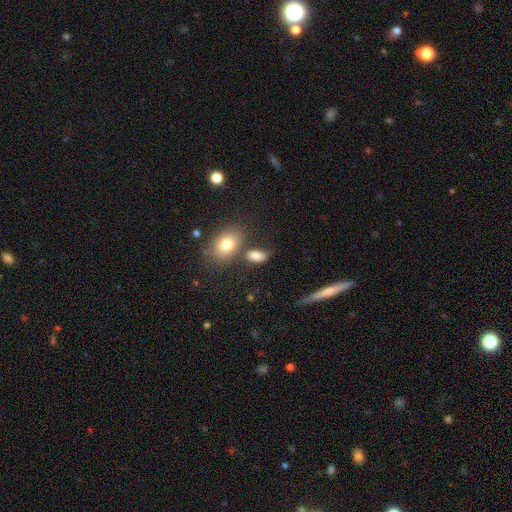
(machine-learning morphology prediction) This appears to be a smooth galaxy with no disk features (81%) that is in between round and cigar-shaped (85%). Merging: none (63%).